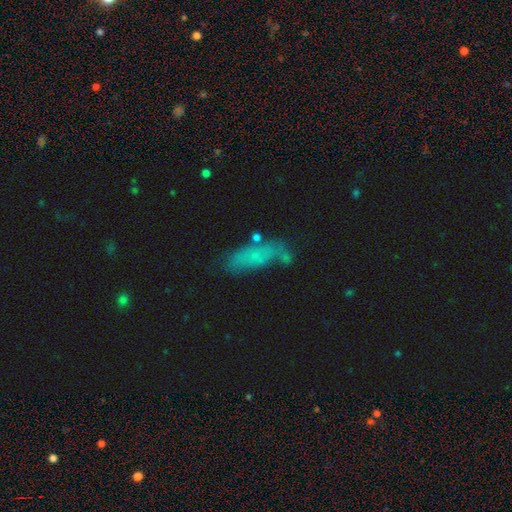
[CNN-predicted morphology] Smooth or featured? smooth (58%)
How rounded? in between (62%)
Merging? none (47%)